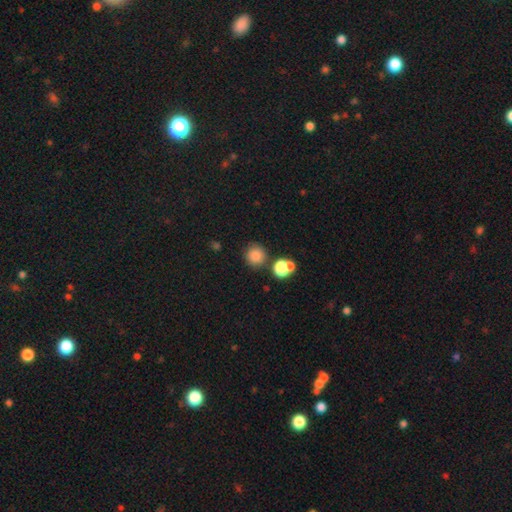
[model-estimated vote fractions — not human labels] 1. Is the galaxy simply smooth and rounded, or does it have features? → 82% smooth, 13% star or artifact, 6% featured or disk.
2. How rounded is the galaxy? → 91% round, 8% in between, 1% cigar-shaped.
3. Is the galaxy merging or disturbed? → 75% none, 12% merger, 10% minor disturbance, 4% major disturbance.